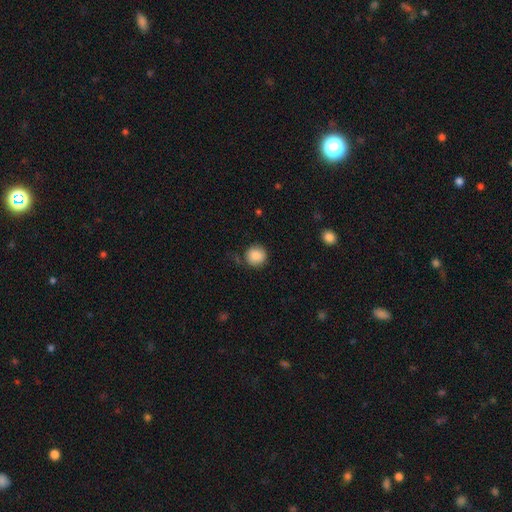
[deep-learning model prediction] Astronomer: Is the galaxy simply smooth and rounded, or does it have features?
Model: smooth — 88%.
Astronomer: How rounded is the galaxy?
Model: round — 92%.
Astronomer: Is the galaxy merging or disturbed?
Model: none — 82%.